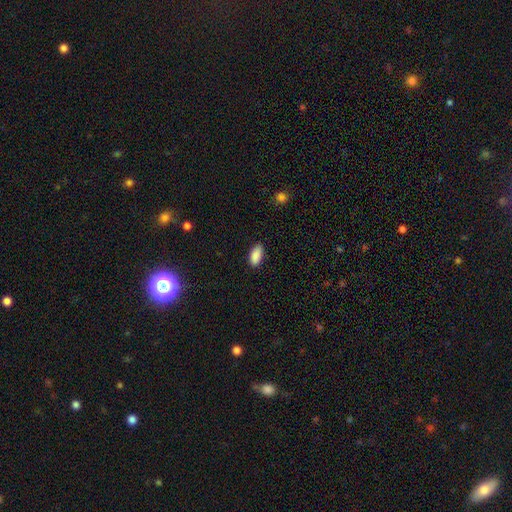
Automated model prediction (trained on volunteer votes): smooth_or_featured: smooth (p=0.89) [alt: star or artifact p=0.07]
how_rounded: in between (p=0.90) [alt: cigar-shaped p=0.08]
merging: none (p=0.85) [alt: minor disturbance p=0.12]